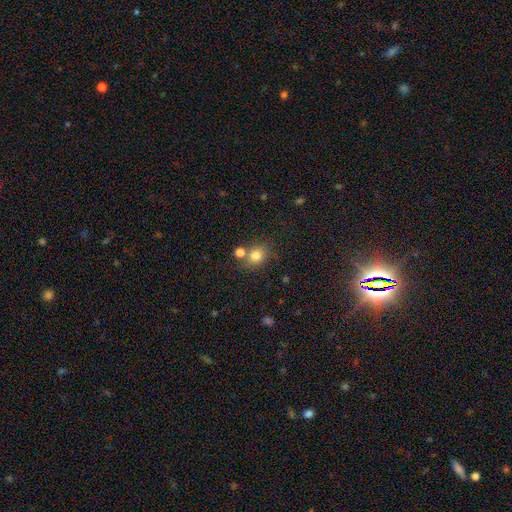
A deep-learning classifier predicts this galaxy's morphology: A smooth galaxy with no disk features (80%) that is round (69%).

Vote fractions:
- Smooth or featured? smooth: 80% / star or artifact: 12% / featured or disk: 8%
- How rounded? round: 69% / in between: 30% / cigar-shaped: 1%
- Merging? none: 63% / merger: 22% / minor disturbance: 11% / major disturbance: 4%